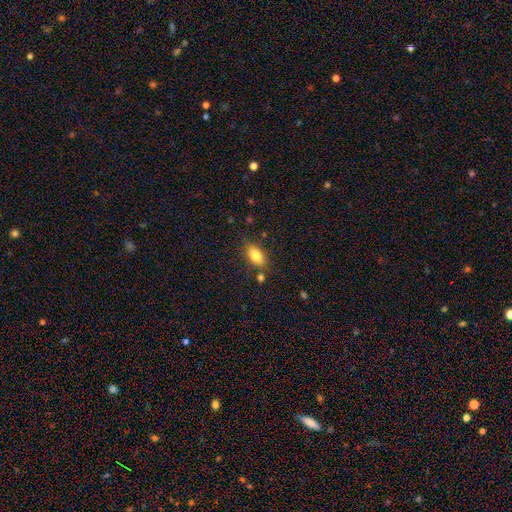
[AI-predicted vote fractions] smooth-or-featured: smooth: 80% | featured or disk: 11% | star or artifact: 8%
  how-rounded: in between: 87% | cigar-shaped: 8% | round: 5%
  merging: none: 75% | minor disturbance: 15% | merger: 6% | major disturbance: 4%